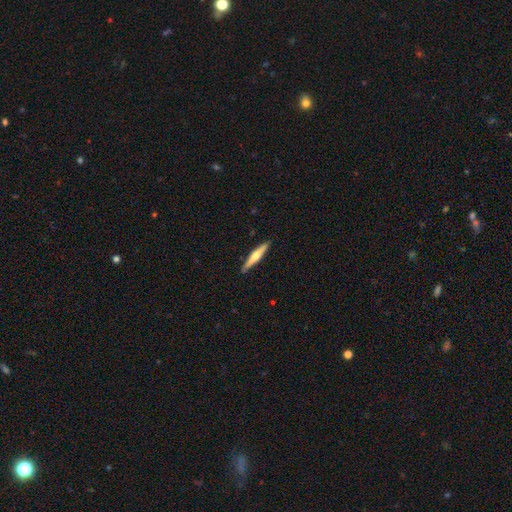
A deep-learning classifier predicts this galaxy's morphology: Smooth or featured? featured or disk (51%)
Edge-on disk? yes (96%)
Merging? none (89%)